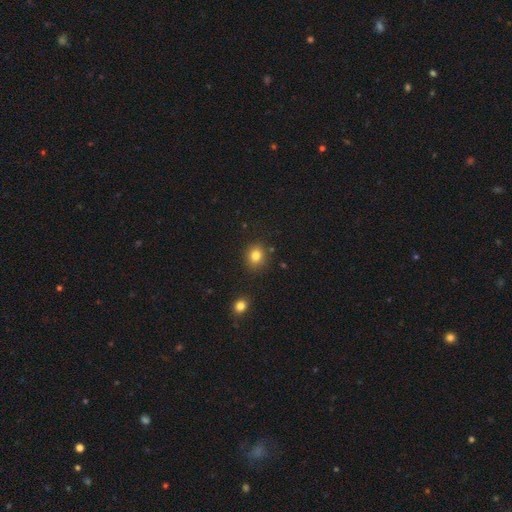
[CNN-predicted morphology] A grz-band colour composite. It shows a smooth galaxy with no disk features (83%) that is round (72%). Merging: none (86%).